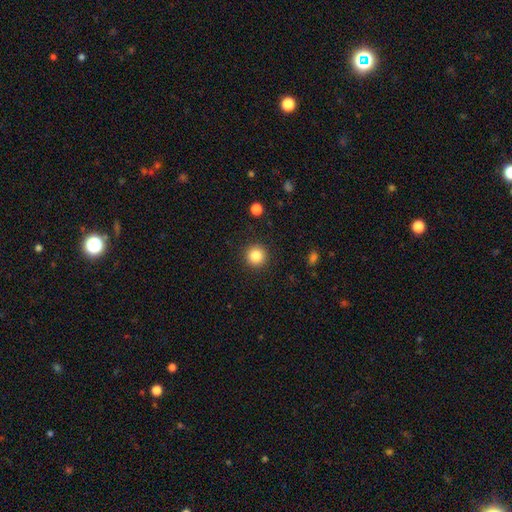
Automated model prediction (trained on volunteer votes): Smooth or featured?
  - smooth: 85% *
  - star or artifact: 10%
  - featured or disk: 5%
How rounded?
  - round: 95% *
  - in between: 4%
  - cigar-shaped: 1%
Merging?
  - none: 92% *
  - minor disturbance: 5%
  - major disturbance: 2%
  - merger: 1%